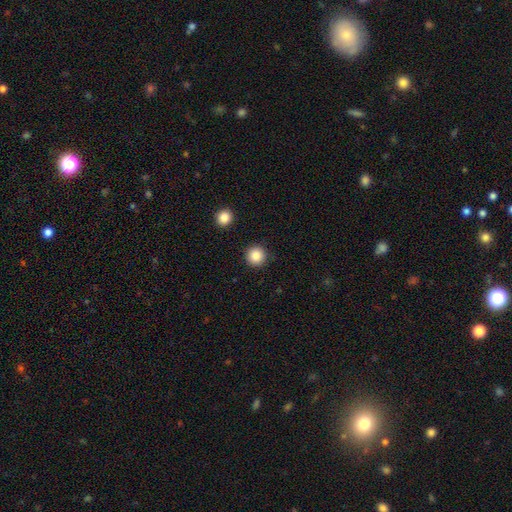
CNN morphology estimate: Q: Smooth or featured?
A: smooth (86%); runner-up: star or artifact (9%)
Q: How rounded?
A: round (95%); runner-up: in between (4%)
Q: Merging?
A: none (90%); runner-up: minor disturbance (6%)